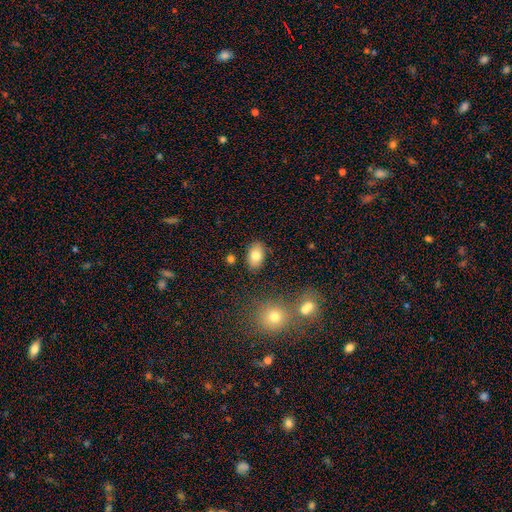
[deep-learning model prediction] Smooth or featured: smooth — 79% (featured or disk — 13%)
How rounded: in between — 88% (round — 10%)
Merging: none — 84% (minor disturbance — 10%)